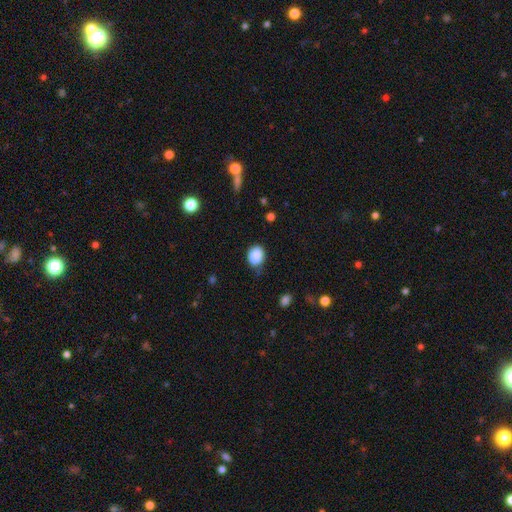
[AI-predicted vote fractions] Q: Smooth or featured?
A: smooth (86%); runner-up: star or artifact (8%)
Q: How rounded?
A: round (52%); runner-up: in between (47%)
Q: Merging?
A: none (68%); runner-up: minor disturbance (25%)